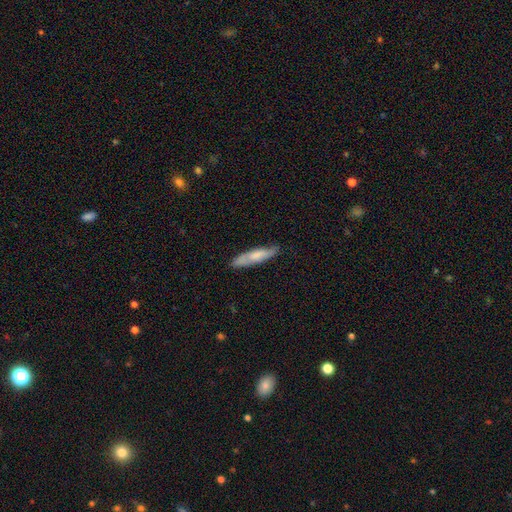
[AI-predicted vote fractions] Smooth or featured? Predicted: smooth (p=0.62). How rounded? Predicted: cigar-shaped (p=0.77). Merging? Predicted: none (p=0.79).